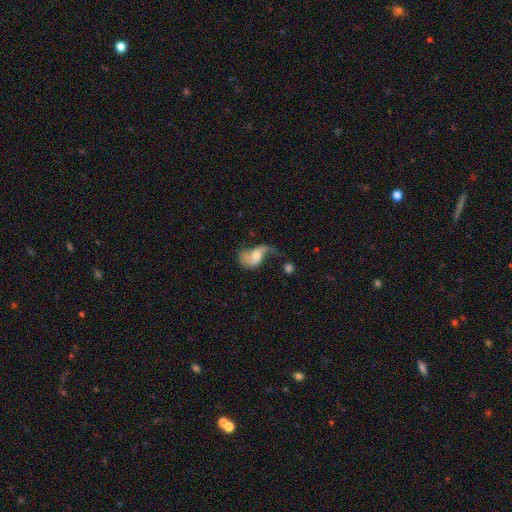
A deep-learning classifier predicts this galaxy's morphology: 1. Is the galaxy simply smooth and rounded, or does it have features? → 66% featured or disk, 26% smooth, 8% star or artifact.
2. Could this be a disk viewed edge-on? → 96% no, 4% yes.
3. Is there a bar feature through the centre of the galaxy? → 59% no, 34% weak, 8% strong.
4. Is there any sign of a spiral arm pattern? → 84% yes, 16% no.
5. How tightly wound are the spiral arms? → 74% loose, 21% medium, 6% tight.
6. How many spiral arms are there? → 70% 2, 21% 1, 5% can't tell, 1% 3, 1% 4, 1% more than 4.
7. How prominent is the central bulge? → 49% moderate, 26% small, 13% large, 9% none, 2% dominant.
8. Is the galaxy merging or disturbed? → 39% major disturbance, 28% none, 24% minor disturbance, 9% merger.